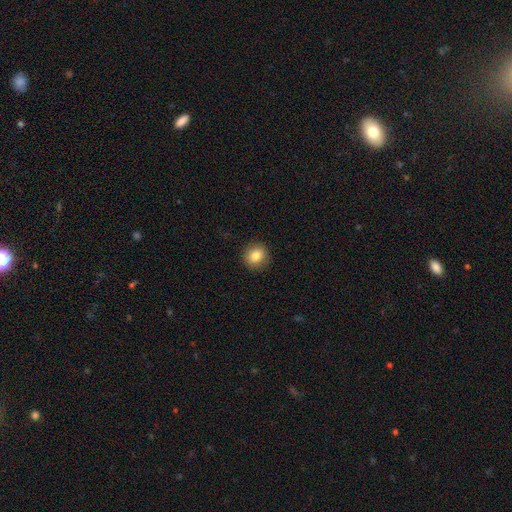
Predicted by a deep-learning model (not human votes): Overall: smooth (84%). How rounded: round (84%). Merging: none (90%).